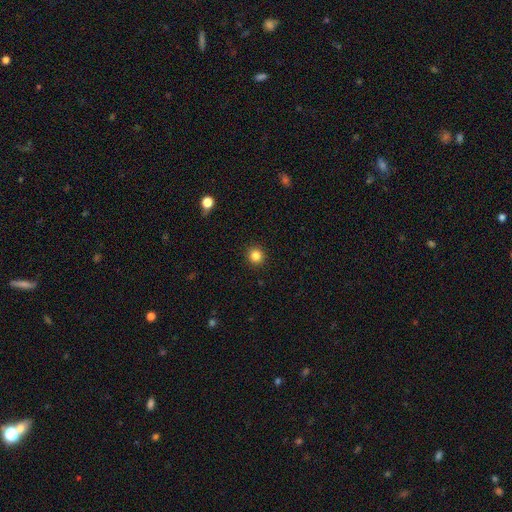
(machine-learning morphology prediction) Smooth or featured? smooth (84%)
How rounded? round (93%)
Merging? none (92%)